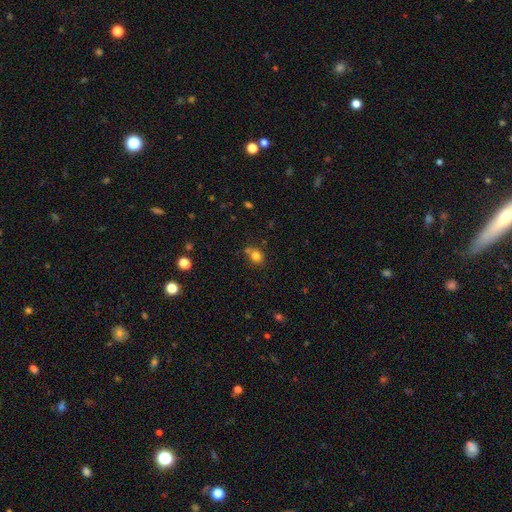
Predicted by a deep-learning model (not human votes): smooth_or_featured: smooth (p=0.79) [alt: star or artifact p=0.13]
how_rounded: round (p=0.62) [alt: in between p=0.37]
merging: none (p=0.61) [alt: minor disturbance p=0.18]